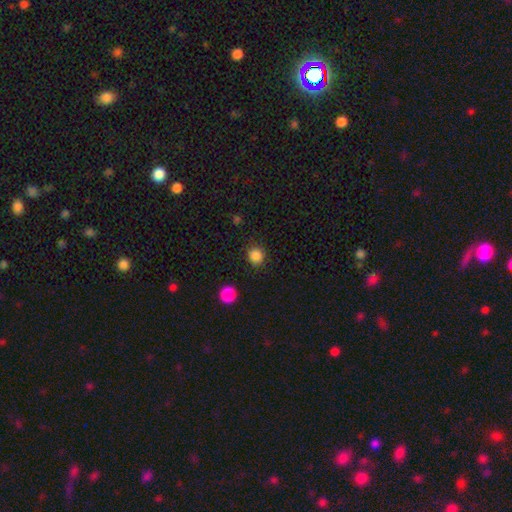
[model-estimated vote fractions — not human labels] Smooth or featured? Predicted: smooth (p=0.85). How rounded? Predicted: round (p=0.88). Merging? Predicted: none (p=0.87).